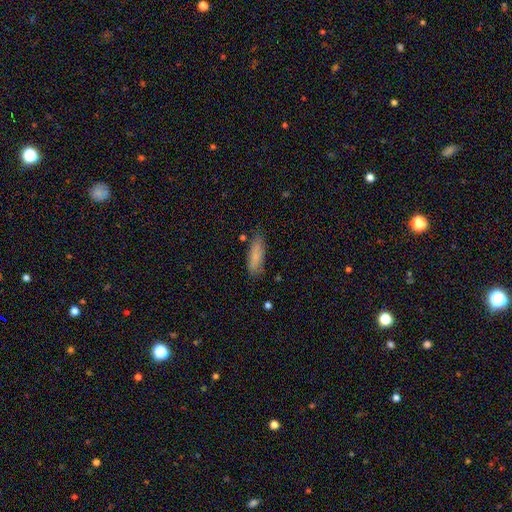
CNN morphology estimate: Smooth or featured? Predicted: smooth (p=0.82). How rounded? Predicted: in between (p=0.54). Merging? Predicted: none (p=0.74).